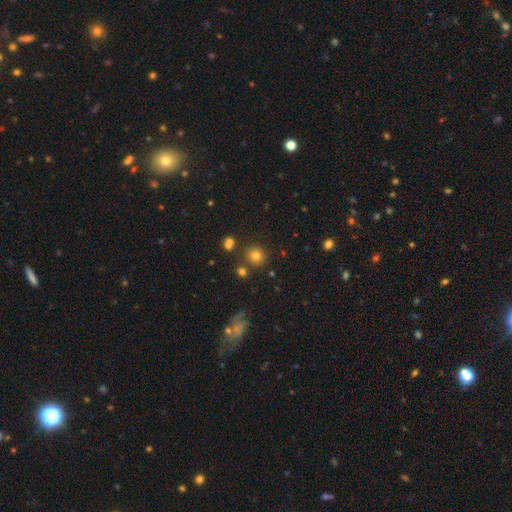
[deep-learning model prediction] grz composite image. It shows a smooth galaxy with no disk features (76%) that is round (87%). Merging: none (81%).